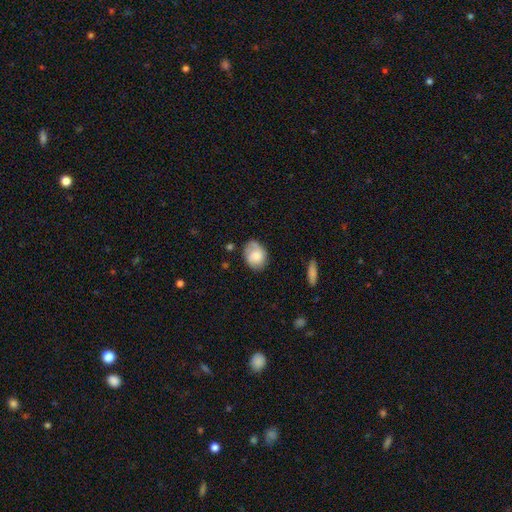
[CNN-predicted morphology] smooth_or_featured: smooth (p=0.67) [alt: featured or disk p=0.25]
how_rounded: in between (p=0.65) [alt: round p=0.34]
merging: none (p=0.68) [alt: minor disturbance p=0.24]